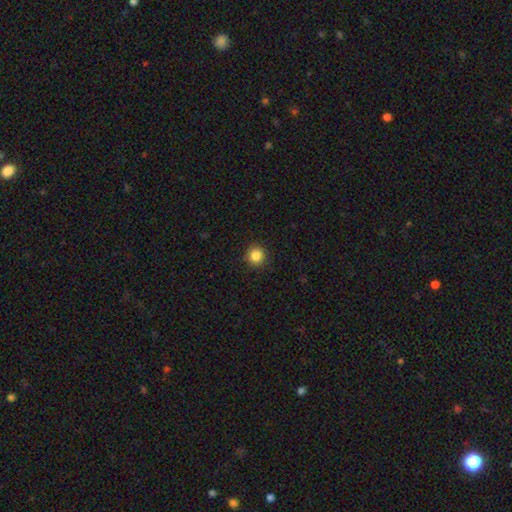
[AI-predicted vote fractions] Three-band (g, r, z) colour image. It shows a smooth galaxy with no disk features (85%) that is round (94%). Merging: none (91%).